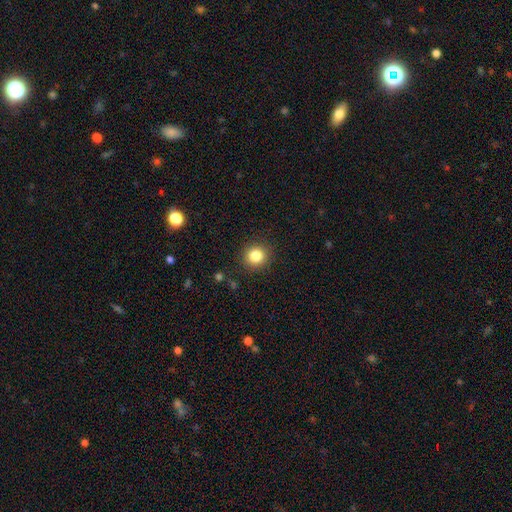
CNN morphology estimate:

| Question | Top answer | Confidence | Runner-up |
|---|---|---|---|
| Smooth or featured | smooth | 83% | star or artifact (11%) |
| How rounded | round | 90% | in between (9%) |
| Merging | none | 90% | minor disturbance (7%) |